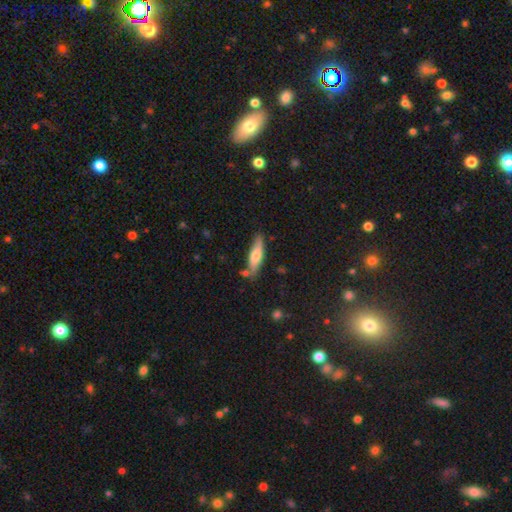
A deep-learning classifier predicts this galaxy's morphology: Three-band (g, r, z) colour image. It shows a smooth galaxy with no disk features (63%) that is cigar-shaped (65%). Merging: none (76%).